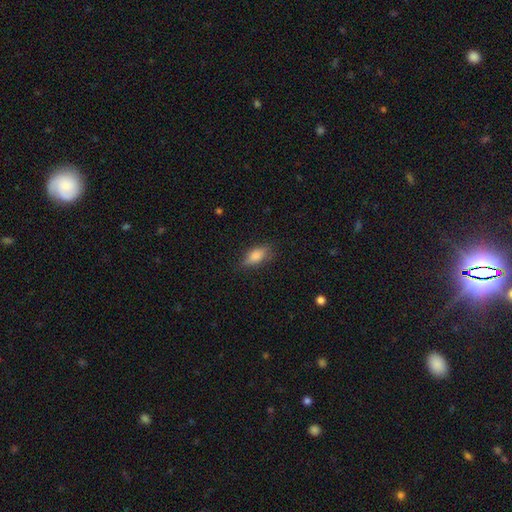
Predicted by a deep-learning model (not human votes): Smooth or featured?
  - smooth: 77% *
  - featured or disk: 14%
  - star or artifact: 8%
How rounded?
  - in between: 82% *
  - cigar-shaped: 13%
  - round: 5%
Merging?
  - none: 76% *
  - minor disturbance: 19%
  - major disturbance: 4%
  - merger: 1%